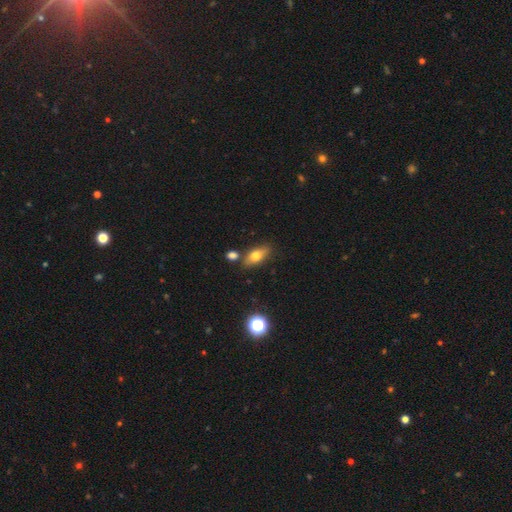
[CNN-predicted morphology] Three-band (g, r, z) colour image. It shows a smooth galaxy with no disk features (70%) that is in between round and cigar-shaped (77%). Merging: none (74%).